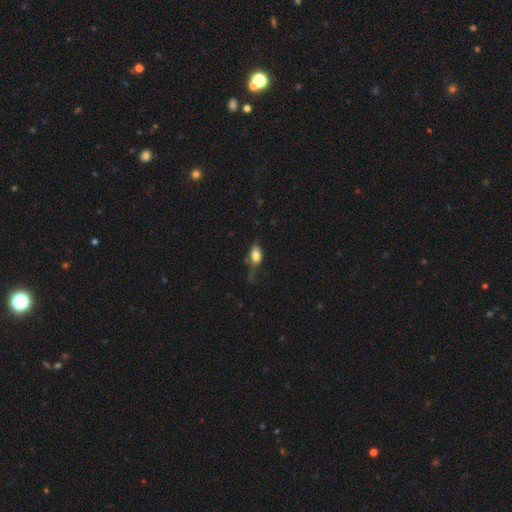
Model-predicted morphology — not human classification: smooth 78%, featured or disk 13%, star or artifact 9%. Down the decision tree: how rounded — in between (83%); merging — none (36%).